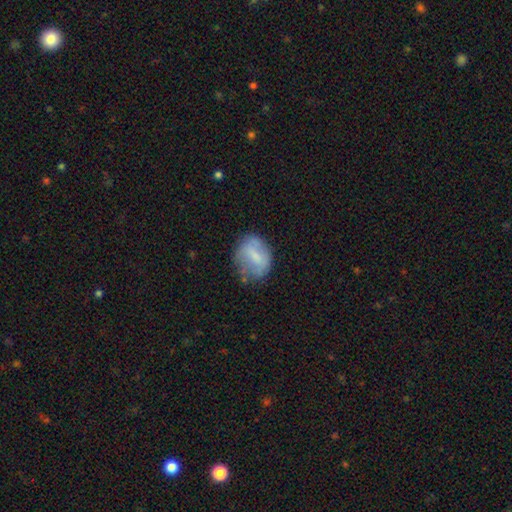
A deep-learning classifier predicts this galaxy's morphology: Smooth or featured? Predicted: smooth (p=0.61). How rounded? Predicted: in between (p=0.53). Merging? Predicted: none (p=0.59).